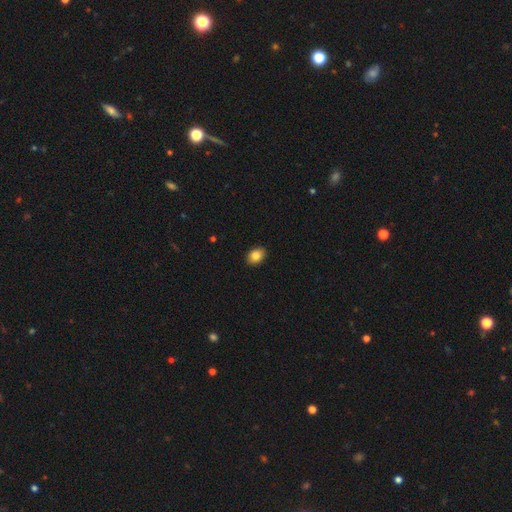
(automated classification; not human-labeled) Smooth or featured? smooth (86%)
How rounded? in between (73%)
Merging? none (90%)